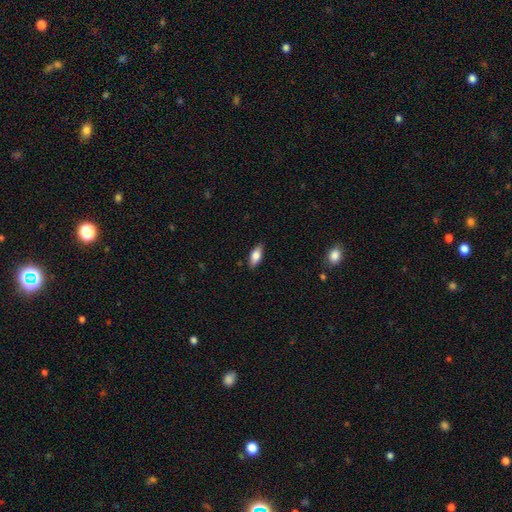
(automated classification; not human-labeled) This appears to be a smooth galaxy with no disk features (78%) that is in between round and cigar-shaped (83%). Merging: none (87%).